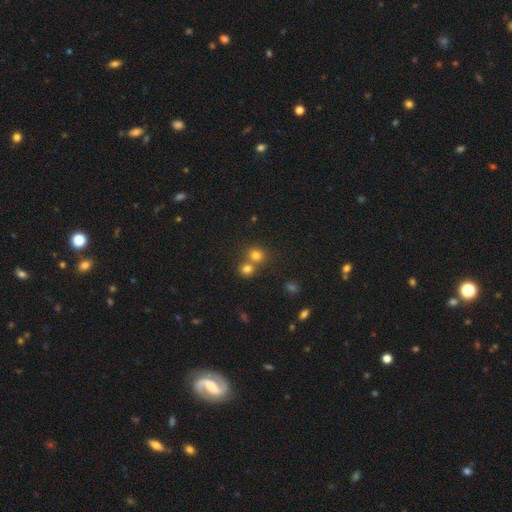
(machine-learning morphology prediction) smooth_or_featured: smooth (p=0.75) [alt: star or artifact p=0.17]
how_rounded: round (p=0.79) [alt: in between p=0.20]
merging: none (p=0.48) [alt: merger p=0.43]